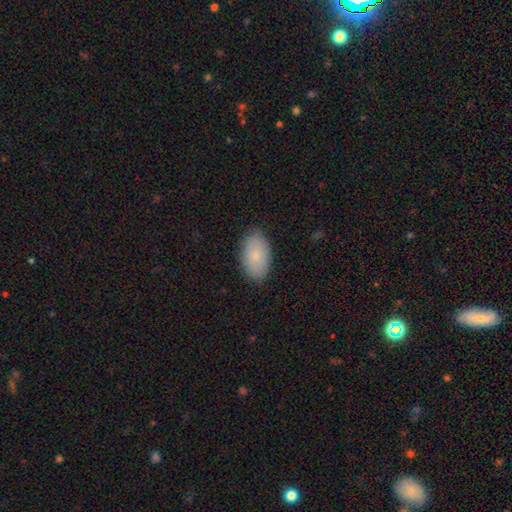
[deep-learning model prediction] This is clearly a smooth galaxy (82%). How rounded: clearly in between (94%). Merging: clearly none (87%).